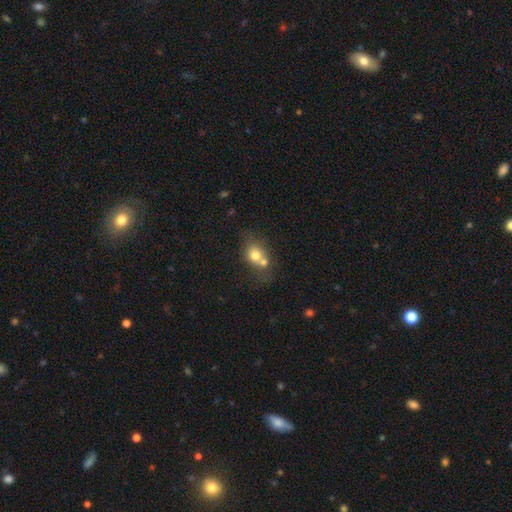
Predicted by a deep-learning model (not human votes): This appears to be a smooth galaxy with no disk features (70%) that is round (55%). Merging: merger (51%).